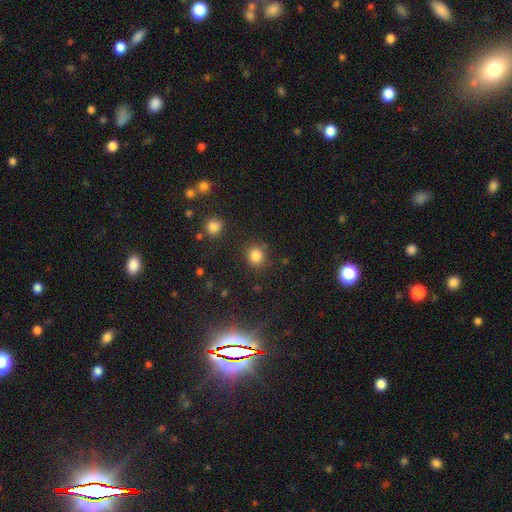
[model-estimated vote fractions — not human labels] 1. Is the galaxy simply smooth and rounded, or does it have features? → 81% smooth, 14% star or artifact, 5% featured or disk.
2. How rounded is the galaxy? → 84% round, 15% in between, 1% cigar-shaped.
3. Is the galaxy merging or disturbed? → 81% none, 11% minor disturbance, 4% major disturbance, 4% merger.